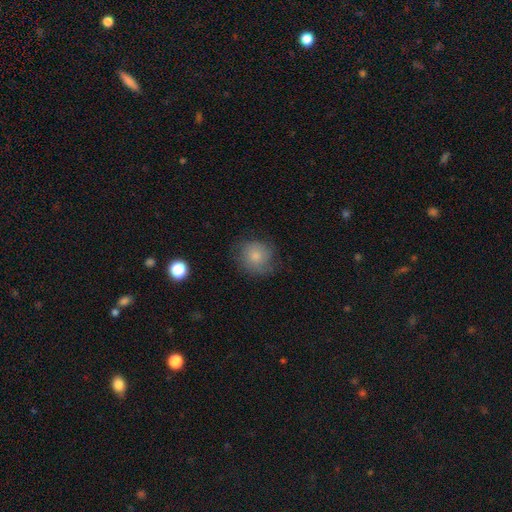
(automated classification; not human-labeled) Smooth or featured?
  - smooth: 77% *
  - featured or disk: 14%
  - star or artifact: 9%
How rounded?
  - round: 86% *
  - in between: 13%
  - cigar-shaped: 1%
Merging?
  - none: 71% *
  - minor disturbance: 21%
  - major disturbance: 7%
  - merger: 1%